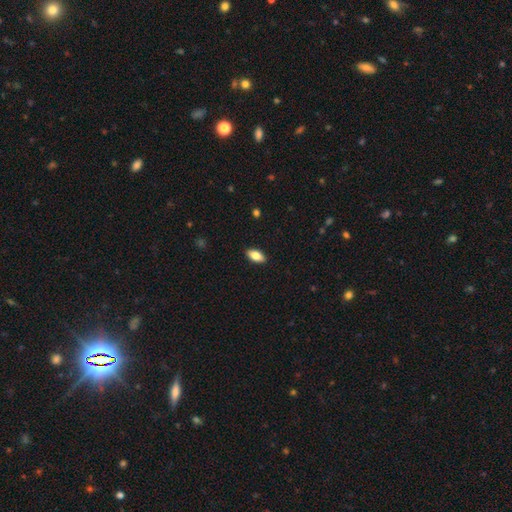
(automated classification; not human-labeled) smooth-or-featured: smooth: 78% | featured or disk: 15% | star or artifact: 7%
  how-rounded: in between: 89% | cigar-shaped: 8% | round: 3%
  merging: none: 90% | minor disturbance: 8% | major disturbance: 2% | merger: 1%